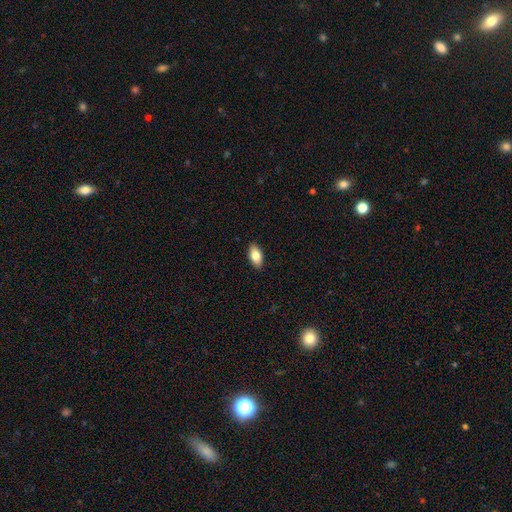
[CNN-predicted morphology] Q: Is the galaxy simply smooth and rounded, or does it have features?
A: smooth — 81%.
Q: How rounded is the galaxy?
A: in between — 91%.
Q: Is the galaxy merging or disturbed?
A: none — 89%.